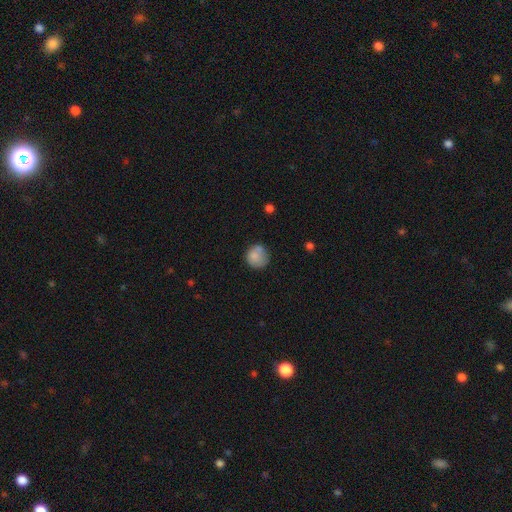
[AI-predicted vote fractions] Morphology: type=smooth (82%); roundness=round (88%); merging=none (64%).